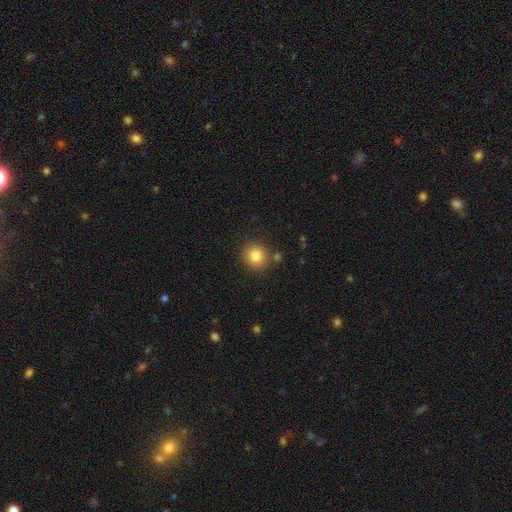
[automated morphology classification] A smooth galaxy with no disk features (83%) that is round (89%).

Vote fractions:
- Smooth or featured? smooth: 83% / star or artifact: 11% / featured or disk: 6%
- How rounded? round: 89% / in between: 10% / cigar-shaped: 1%
- Merging? none: 84% / minor disturbance: 8% / merger: 5% / major disturbance: 3%